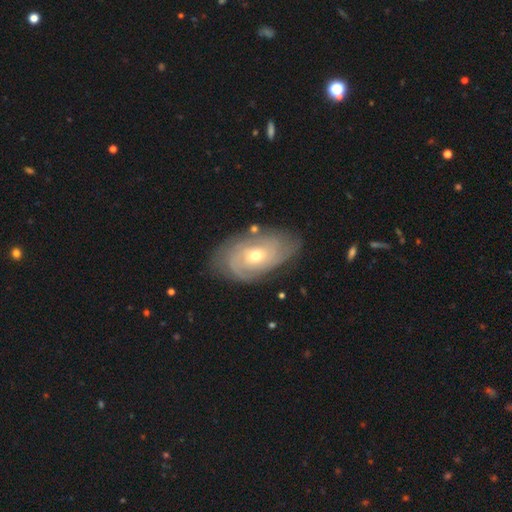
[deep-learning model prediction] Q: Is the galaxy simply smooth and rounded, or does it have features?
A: featured or disk — 76%.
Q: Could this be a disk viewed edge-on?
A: no — 94%.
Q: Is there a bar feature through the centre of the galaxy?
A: no — 76%.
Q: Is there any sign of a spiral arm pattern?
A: yes — 88%.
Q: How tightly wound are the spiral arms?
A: tight — 72%.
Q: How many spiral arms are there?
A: can't tell — 46%.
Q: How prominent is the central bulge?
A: moderate — 54%.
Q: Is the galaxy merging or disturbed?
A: none — 73%.